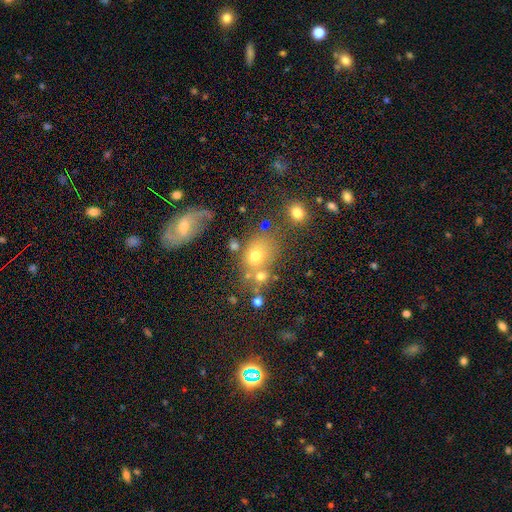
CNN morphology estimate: smooth-or-featured: smooth: 65% | featured or disk: 20% | star or artifact: 15%
  how-rounded: in between: 56% | round: 42% | cigar-shaped: 2%
  merging: none: 50% | merger: 26% | minor disturbance: 16% | major disturbance: 8%